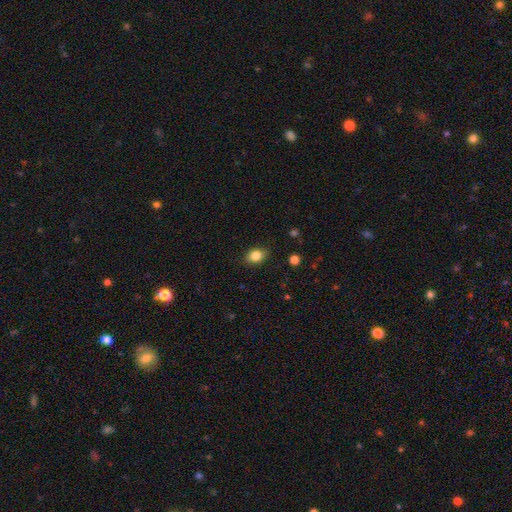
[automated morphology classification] Smooth or featured: smooth — 84% (star or artifact — 10%)
How rounded: in between — 70% (round — 29%)
Merging: none — 86% (minor disturbance — 10%)